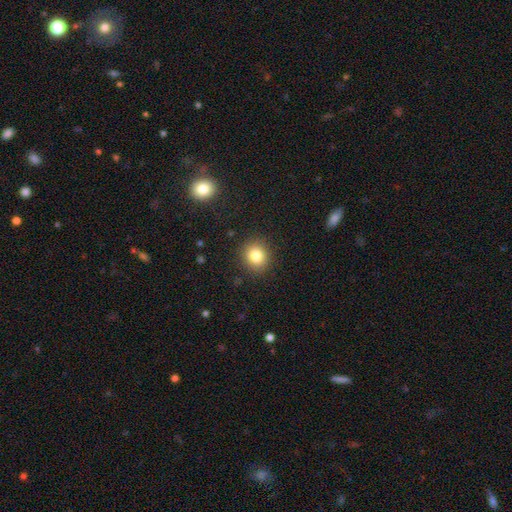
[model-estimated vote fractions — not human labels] A smooth galaxy with no disk features (81%) that is round (85%).

Vote fractions:
- Smooth or featured? smooth: 81% / star or artifact: 11% / featured or disk: 8%
- How rounded? round: 85% / in between: 14% / cigar-shaped: 1%
- Merging? none: 90% / minor disturbance: 7% / major disturbance: 2% / merger: 1%